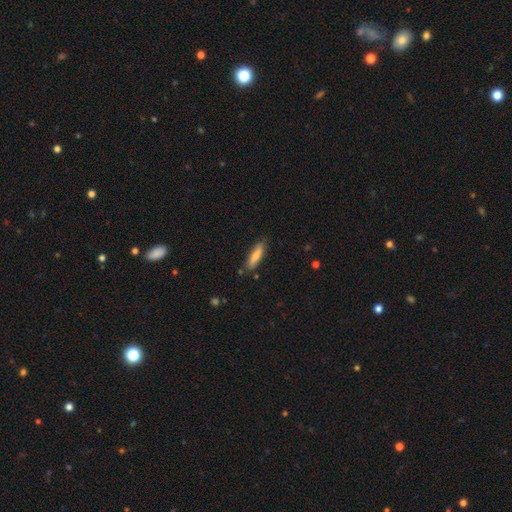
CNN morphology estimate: smooth-or-featured: smooth: 69% | featured or disk: 25% | star or artifact: 6%
  how-rounded: cigar-shaped: 68% | in between: 31% | round: 2%
  merging: none: 81% | minor disturbance: 14% | merger: 2% | major disturbance: 2%